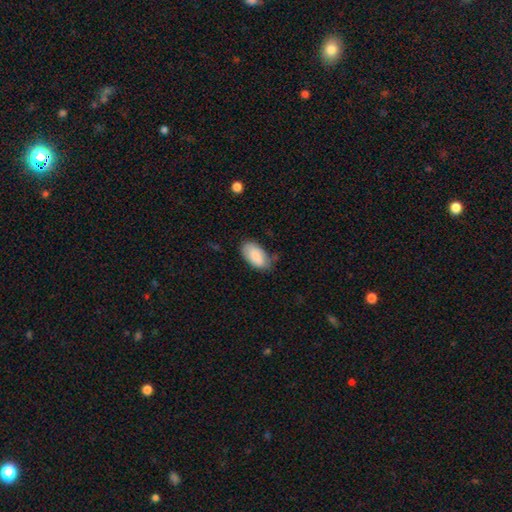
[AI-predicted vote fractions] Smooth or featured?
  - smooth: 87% *
  - featured or disk: 7%
  - star or artifact: 6%
How rounded?
  - in between: 95% *
  - round: 3%
  - cigar-shaped: 2%
Merging?
  - none: 62% *
  - minor disturbance: 28%
  - major disturbance: 7%
  - merger: 3%